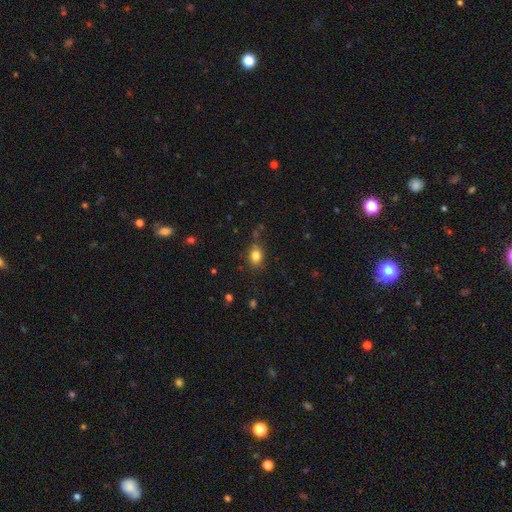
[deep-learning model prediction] A smooth galaxy with no disk features (81%) that is round (52%).

Vote fractions:
- Smooth or featured? smooth: 81% / star or artifact: 12% / featured or disk: 7%
- How rounded? round: 52% / in between: 47% / cigar-shaped: 1%
- Merging? none: 76% / minor disturbance: 16% / major disturbance: 4% / merger: 4%